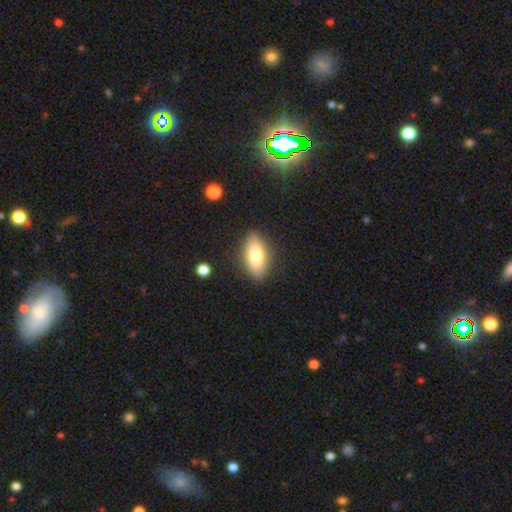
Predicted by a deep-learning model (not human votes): Overall: smooth (77%). How rounded: in between (83%). Merging: none (85%).